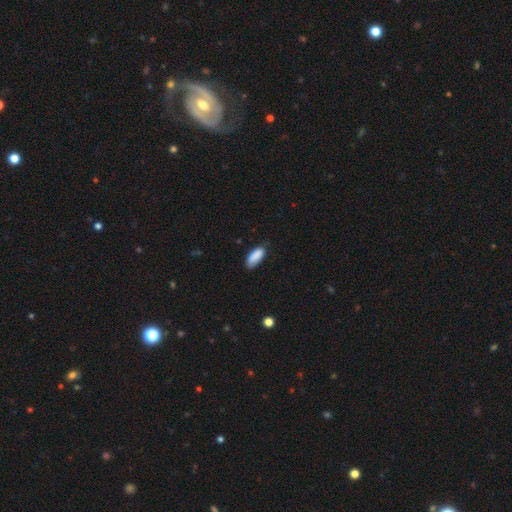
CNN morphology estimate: Smooth or featured: smooth — 88% (star or artifact — 7%)
How rounded: in between — 84% (cigar-shaped — 14%)
Merging: none — 71% (minor disturbance — 24%)